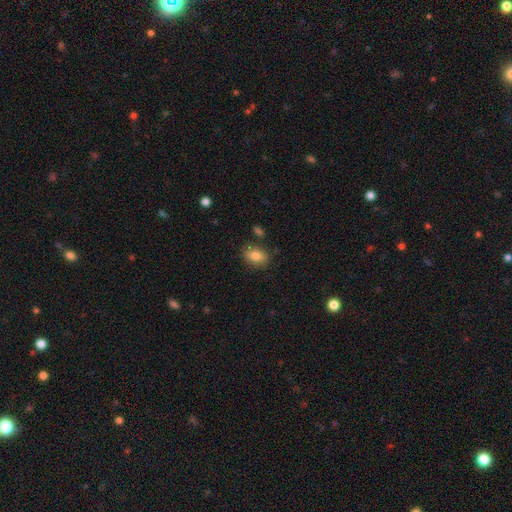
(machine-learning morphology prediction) type=smooth (82%); roundness=in between (76%); merging=none (81%).